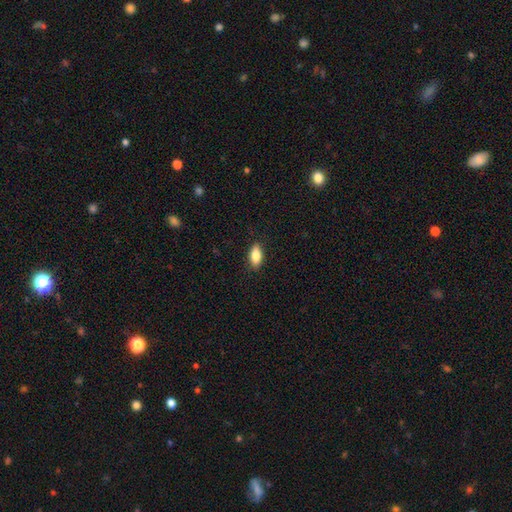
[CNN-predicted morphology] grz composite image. It shows a smooth galaxy with no disk features (82%) that is in between round and cigar-shaped (86%). Merging: none (87%).